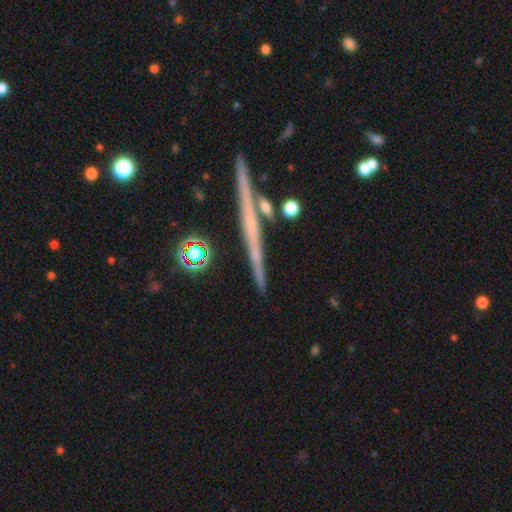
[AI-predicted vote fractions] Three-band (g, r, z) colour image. It shows a featured or disk galaxy (64%) viewed edge-on (97%) with no central bulge (83%). Merging: none (88%).